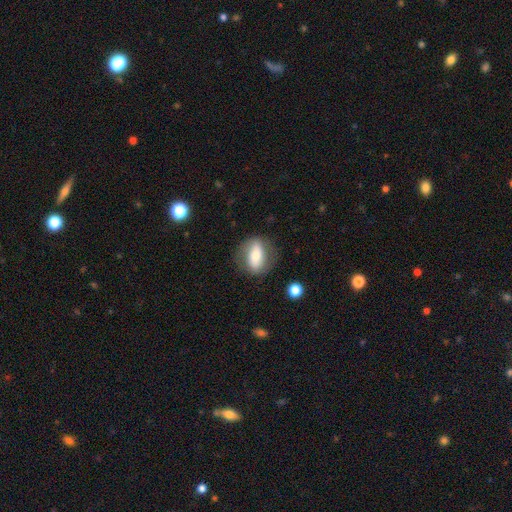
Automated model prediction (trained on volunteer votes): This appears to be a smooth galaxy with no disk features (53%) that is in between round and cigar-shaped (75%). Merging: none (76%).